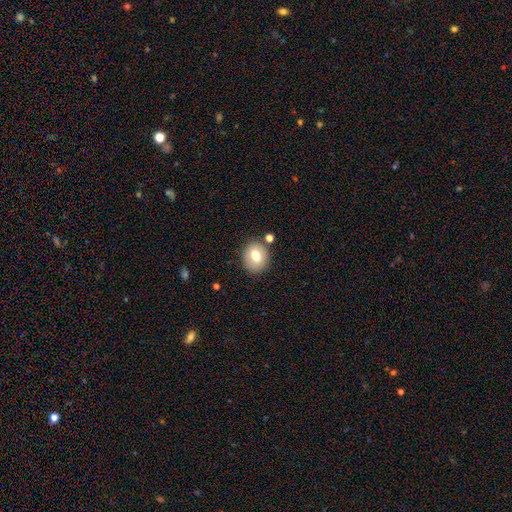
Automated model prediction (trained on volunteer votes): A smooth galaxy with no disk features (73%) that is round (65%).

Vote fractions:
- Smooth or featured? smooth: 73% / featured or disk: 18% / star or artifact: 9%
- How rounded? round: 65% / in between: 34% / cigar-shaped: 1%
- Merging? none: 81% / minor disturbance: 10% / merger: 6% / major disturbance: 3%